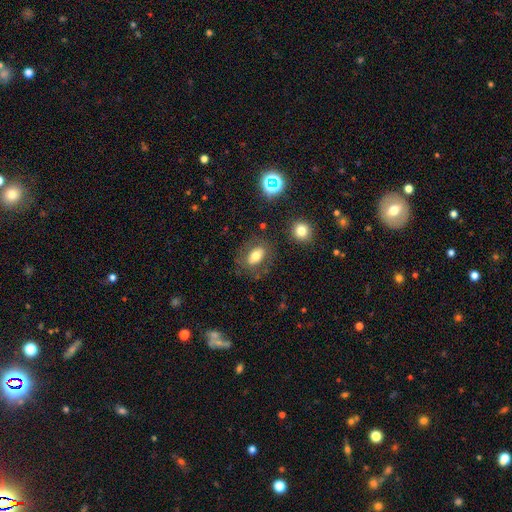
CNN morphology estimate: smooth_or_featured: smooth (p=0.67) [alt: featured or disk p=0.22]
how_rounded: in between (p=0.80) [alt: round p=0.17]
merging: none (p=0.74) [alt: minor disturbance p=0.14]